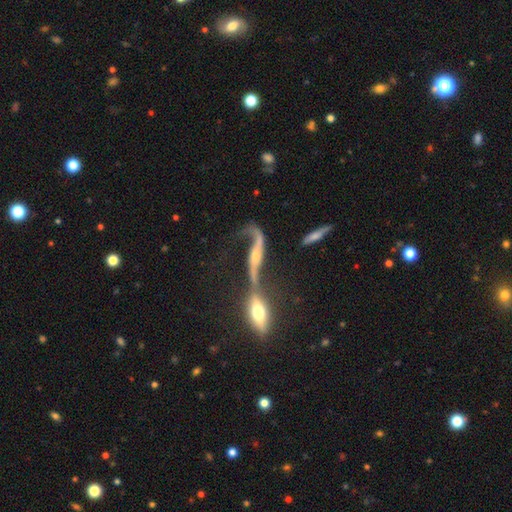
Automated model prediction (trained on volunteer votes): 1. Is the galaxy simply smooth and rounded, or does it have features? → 83% featured or disk, 10% smooth, 8% star or artifact.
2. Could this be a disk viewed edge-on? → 74% no, 26% yes.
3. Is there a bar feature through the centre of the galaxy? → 51% no, 27% weak, 22% strong.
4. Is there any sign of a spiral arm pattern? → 90% yes, 10% no.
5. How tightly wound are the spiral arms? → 90% loose, 7% medium, 3% tight.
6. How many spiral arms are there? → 86% 2, 9% 1, 3% can't tell, 1% 3, 1% 4, 1% more than 4.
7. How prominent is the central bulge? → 49% small, 40% moderate, 5% none, 4% large, 2% dominant.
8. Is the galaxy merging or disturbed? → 36% merger, 33% none, 17% major disturbance, 14% minor disturbance.